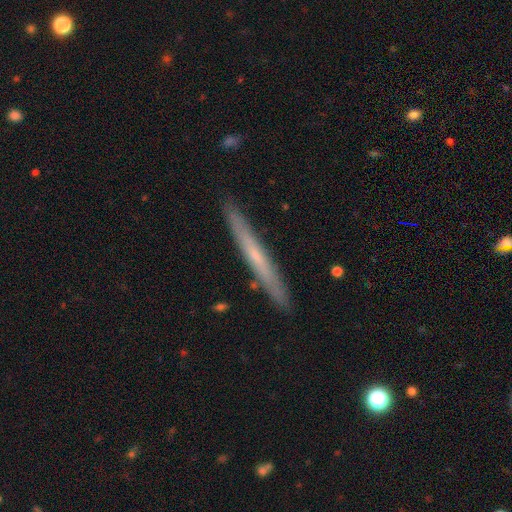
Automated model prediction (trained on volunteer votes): smooth-or-featured: featured or disk: 50% | smooth: 44% | star or artifact: 6%
  disk-edge-on: yes: 95% | no: 5%
  merging: none: 90% | minor disturbance: 7% | merger: 1% | major disturbance: 1%